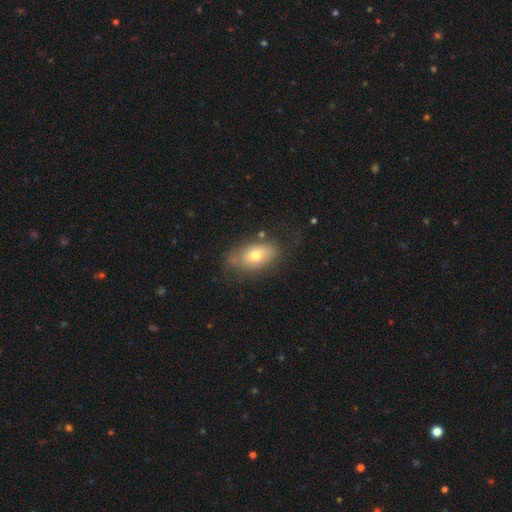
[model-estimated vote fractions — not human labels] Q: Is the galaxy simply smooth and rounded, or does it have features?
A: smooth — 65%.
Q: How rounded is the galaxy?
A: in between — 88%.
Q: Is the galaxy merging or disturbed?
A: none — 62%.